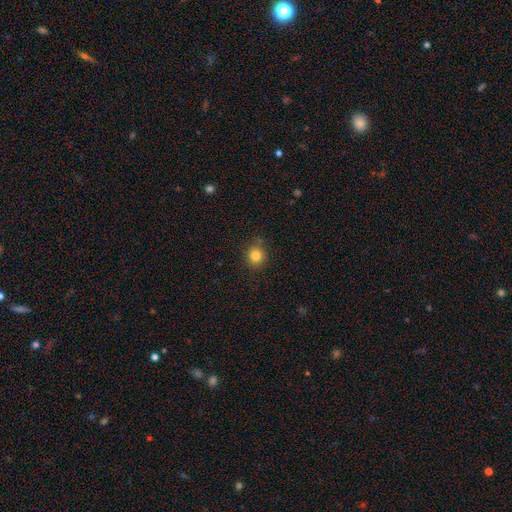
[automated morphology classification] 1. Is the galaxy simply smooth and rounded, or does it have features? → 83% smooth, 12% star or artifact, 6% featured or disk.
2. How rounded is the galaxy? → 87% round, 12% in between, 1% cigar-shaped.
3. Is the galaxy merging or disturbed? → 85% none, 9% minor disturbance, 3% merger, 3% major disturbance.